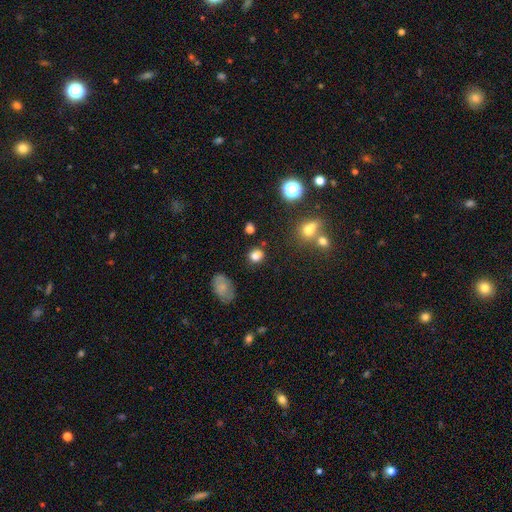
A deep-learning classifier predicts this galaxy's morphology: Smooth or featured? Predicted: smooth (p=0.79). How rounded? Predicted: round (p=0.58). Merging? Predicted: none (p=0.75).